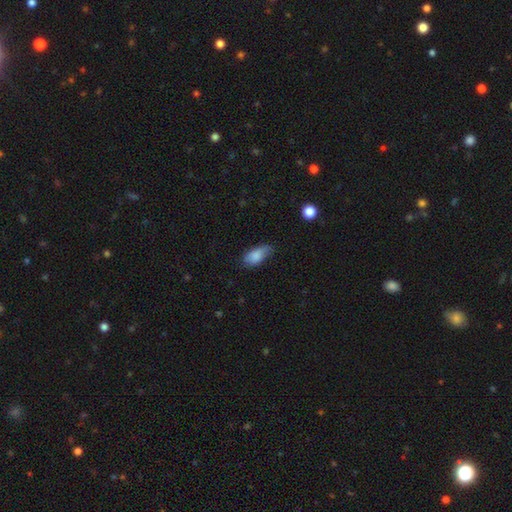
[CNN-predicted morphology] The model was most divided on "merging": none: 51%, minor disturbance: 38%, major disturbance: 9%, merger: 2%. More confident: how rounded — in between (91%); smooth or featured — smooth (84%).